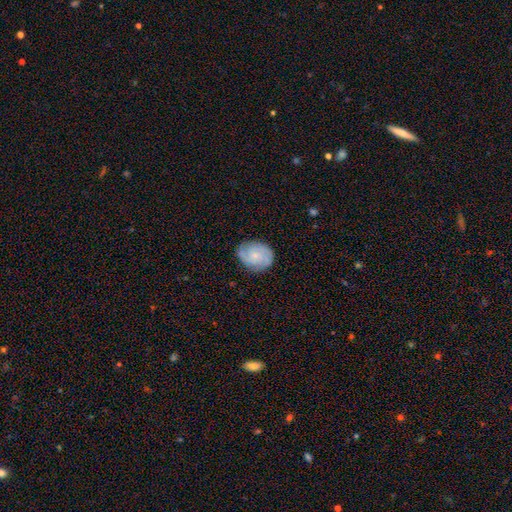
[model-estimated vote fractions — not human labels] The model was most divided on "spiral arm count": 2: 34%, can't tell: 27%, 3: 24%, 4: 6%, 1: 5%, more than 4: 4%. More confident: edge-on disk — no (98%); spiral arms — yes (92%); merging — none (76%); bar — no (75%); bulge size — small (72%); smooth or featured — featured or disk (62%); spiral winding — tight (57%).